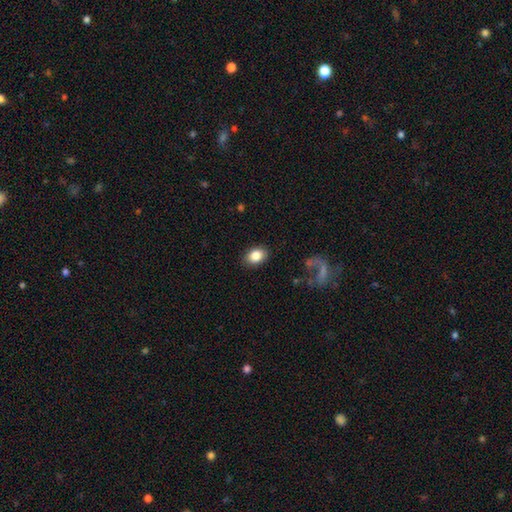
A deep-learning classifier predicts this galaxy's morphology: Smooth or featured?
  - smooth: 83% *
  - featured or disk: 9%
  - star or artifact: 8%
How rounded?
  - in between: 76% *
  - round: 23%
  - cigar-shaped: 1%
Merging?
  - none: 87% *
  - minor disturbance: 8%
  - major disturbance: 3%
  - merger: 1%